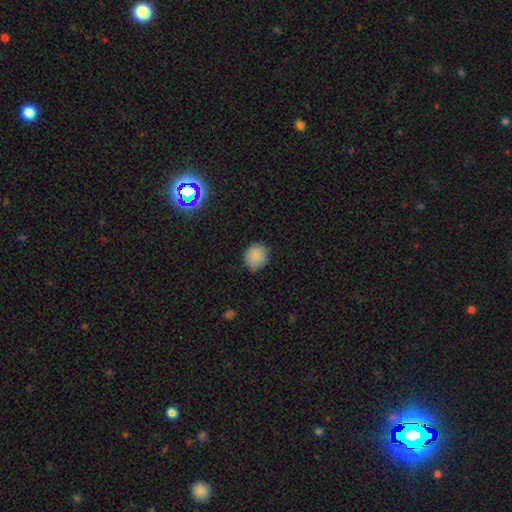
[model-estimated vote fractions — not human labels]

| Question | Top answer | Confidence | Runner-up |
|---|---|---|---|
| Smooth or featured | smooth | 85% | star or artifact (9%) |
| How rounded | round | 85% | in between (14%) |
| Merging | none | 80% | minor disturbance (16%) |